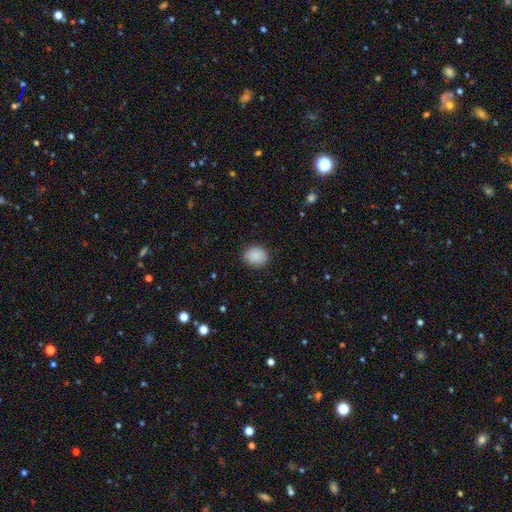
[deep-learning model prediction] Smooth or featured?
  - smooth: 89% *
  - star or artifact: 7%
  - featured or disk: 3%
How rounded?
  - round: 54% *
  - in between: 45%
  - cigar-shaped: 1%
Merging?
  - none: 85% *
  - minor disturbance: 11%
  - major disturbance: 3%
  - merger: 1%